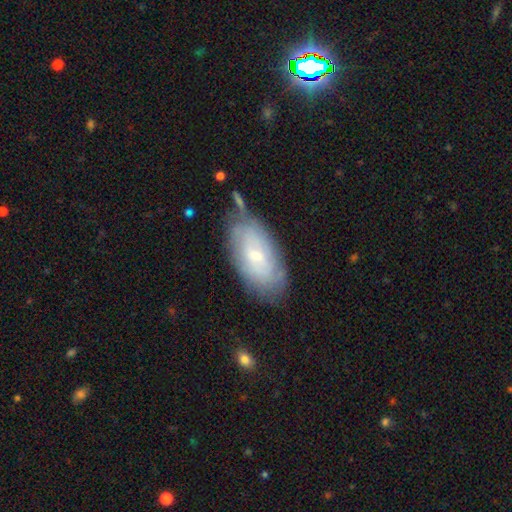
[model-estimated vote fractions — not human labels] The model was most divided on "smooth or featured": featured or disk: 47%, smooth: 46%, star or artifact: 7%. More confident: merging — none (64%).